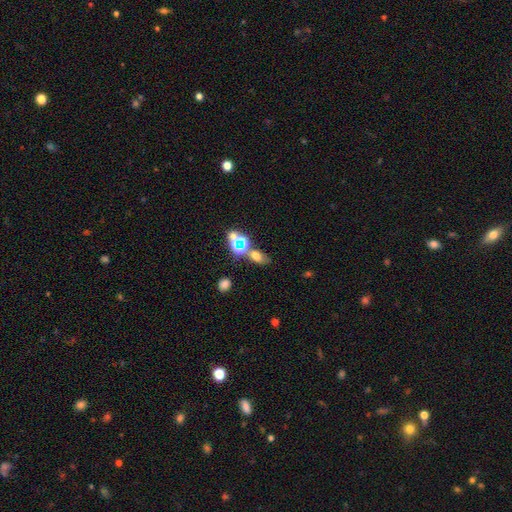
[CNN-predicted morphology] A smooth galaxy with no disk features (56%) that is in between round and cigar-shaped (75%). Merging: none (54%).